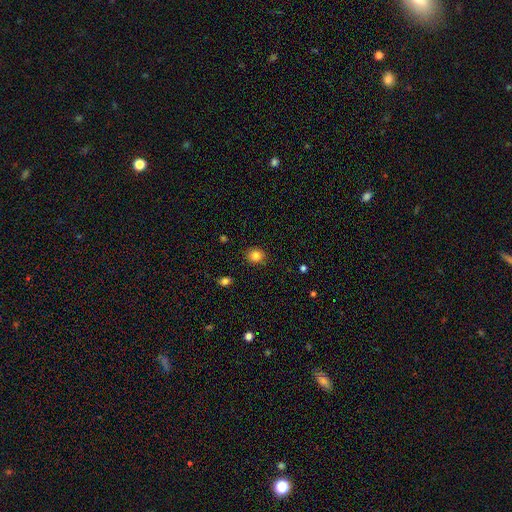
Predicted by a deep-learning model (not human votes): Q: Smooth or featured?
A: smooth (84%); runner-up: star or artifact (11%)
Q: How rounded?
A: round (76%); runner-up: in between (23%)
Q: Merging?
A: none (88%); runner-up: minor disturbance (9%)